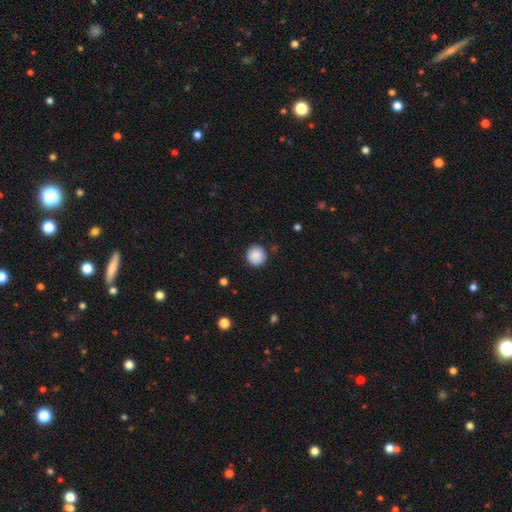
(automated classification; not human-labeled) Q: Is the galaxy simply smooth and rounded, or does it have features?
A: smooth — 88%.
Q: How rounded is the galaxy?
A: round — 95%.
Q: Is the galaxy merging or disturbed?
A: none — 89%.